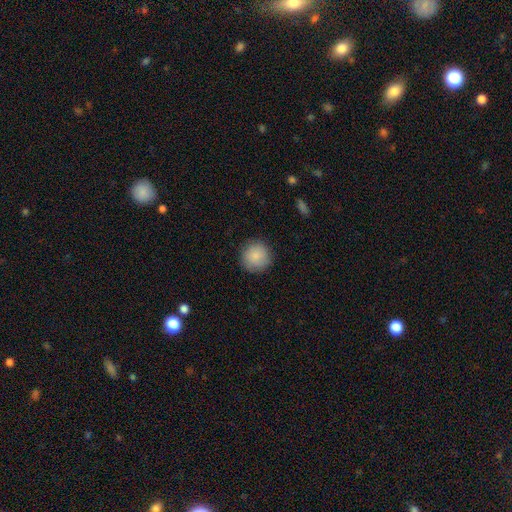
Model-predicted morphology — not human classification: Overall: smooth (88%). How rounded: round (94%). Merging: none (89%).